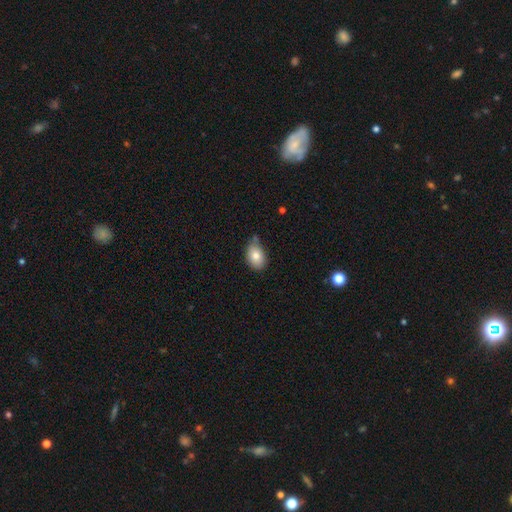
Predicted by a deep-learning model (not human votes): Smooth or featured? smooth (81%)
How rounded? in between (82%)
Merging? none (62%)